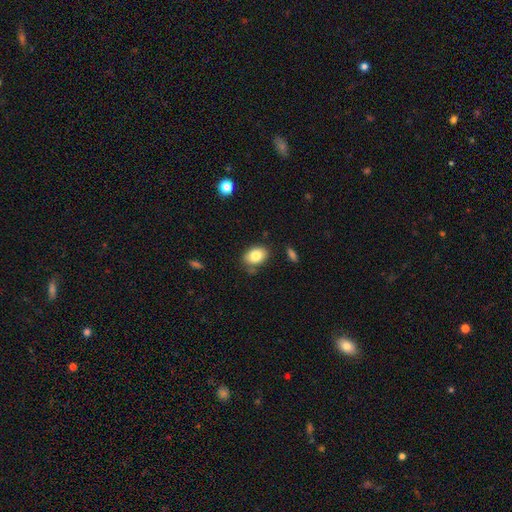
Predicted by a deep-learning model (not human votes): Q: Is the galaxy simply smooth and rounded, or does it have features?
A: smooth — 82%.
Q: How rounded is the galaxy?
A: in between — 76%.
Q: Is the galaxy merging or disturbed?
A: none — 78%.